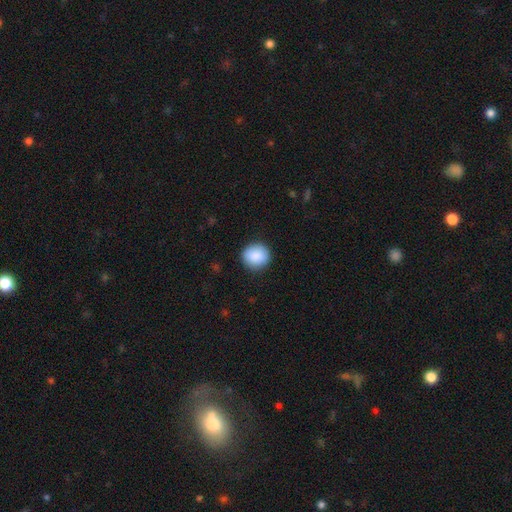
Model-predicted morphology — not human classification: smooth 88%, star or artifact 7%, featured or disk 4%. Down the decision tree: how rounded — round (90%); merging — none (90%).